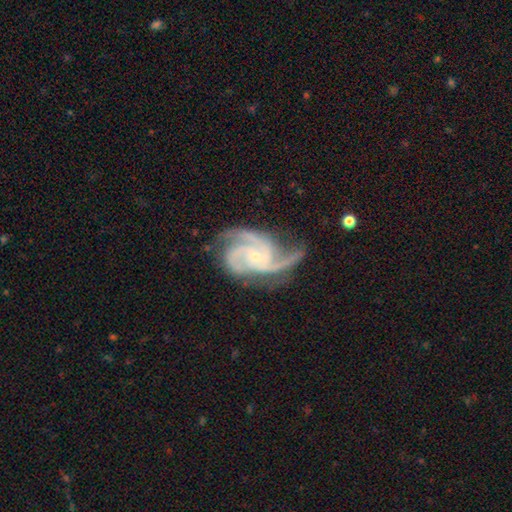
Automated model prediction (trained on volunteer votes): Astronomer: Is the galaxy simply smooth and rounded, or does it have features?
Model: featured or disk — 93%.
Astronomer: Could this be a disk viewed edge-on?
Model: no — 98%.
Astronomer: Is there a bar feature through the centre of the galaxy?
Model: no — 69%.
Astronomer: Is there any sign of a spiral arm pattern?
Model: yes — 99%.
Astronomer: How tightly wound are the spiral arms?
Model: medium — 48% (runner-up: tight, 45%).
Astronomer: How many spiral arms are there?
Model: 3 — 73%.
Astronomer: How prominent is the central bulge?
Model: small — 78%.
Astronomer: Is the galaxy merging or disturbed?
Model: none — 64%.